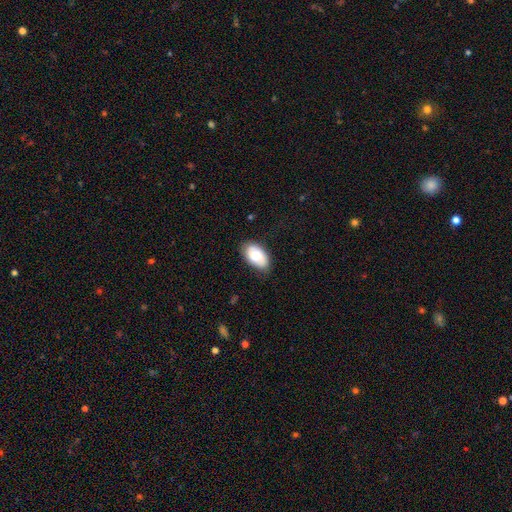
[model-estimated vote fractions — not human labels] A smooth galaxy with no disk features (71%) that is in between round and cigar-shaped (94%).

Vote fractions:
- Smooth or featured? smooth: 71% / featured or disk: 23% / star or artifact: 7%
- How rounded? in between: 94% / round: 5% / cigar-shaped: 1%
- Merging? none: 79% / minor disturbance: 16% / major disturbance: 3% / merger: 1%